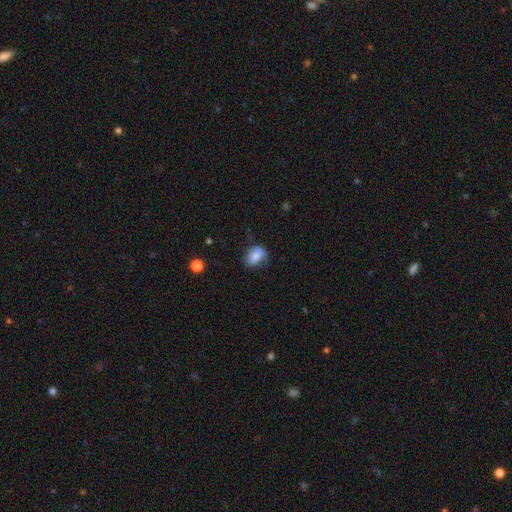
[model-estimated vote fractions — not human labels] Smooth or featured?
  - smooth: 70% *
  - featured or disk: 22%
  - star or artifact: 8%
How rounded?
  - in between: 72% *
  - round: 27%
  - cigar-shaped: 1%
Merging?
  - none: 49% *
  - minor disturbance: 34%
  - major disturbance: 15%
  - merger: 2%